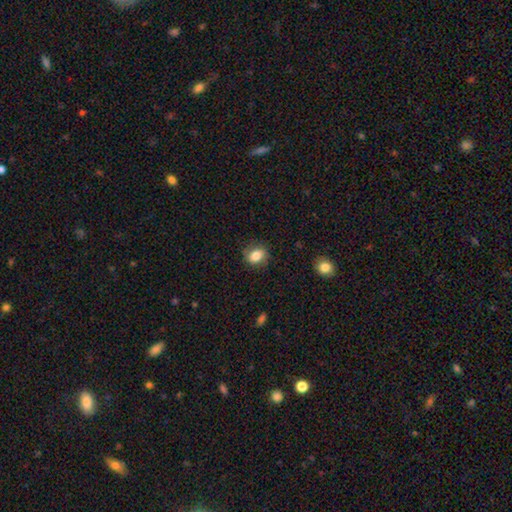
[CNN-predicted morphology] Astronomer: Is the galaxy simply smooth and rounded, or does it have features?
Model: smooth — 81%.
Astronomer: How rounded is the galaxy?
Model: in between — 55% (runner-up: round, 43%).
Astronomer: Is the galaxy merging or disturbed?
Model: none — 80%.